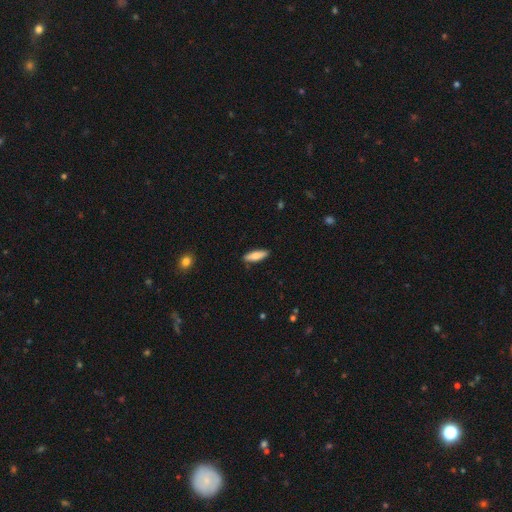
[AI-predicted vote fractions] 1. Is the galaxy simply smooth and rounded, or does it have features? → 77% smooth, 17% featured or disk, 6% star or artifact.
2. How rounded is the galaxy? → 53% cigar-shaped, 45% in between, 2% round.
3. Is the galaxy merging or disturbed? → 87% none, 10% minor disturbance, 2% major disturbance, 1% merger.